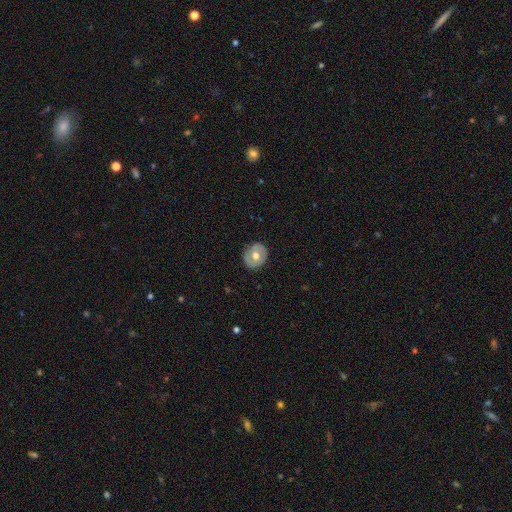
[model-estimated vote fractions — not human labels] smooth_or_featured: smooth (p=0.50) [alt: featured or disk p=0.43]
how_rounded: round (p=0.78) [alt: in between p=0.21]
merging: none (p=0.86) [alt: minor disturbance p=0.11]